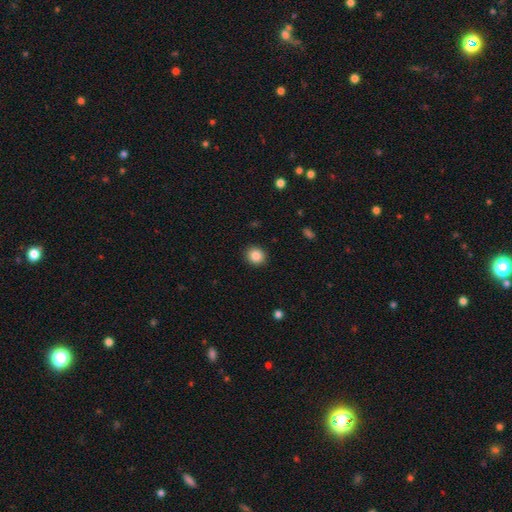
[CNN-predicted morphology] Smooth or featured? smooth (86%)
How rounded? round (84%)
Merging? none (92%)